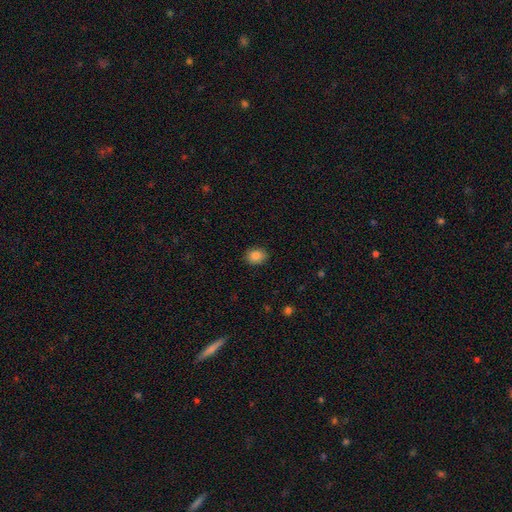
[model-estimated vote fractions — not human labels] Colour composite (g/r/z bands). It shows a smooth galaxy with no disk features (86%) that is in between round and cigar-shaped (52%). Merging: none (88%).